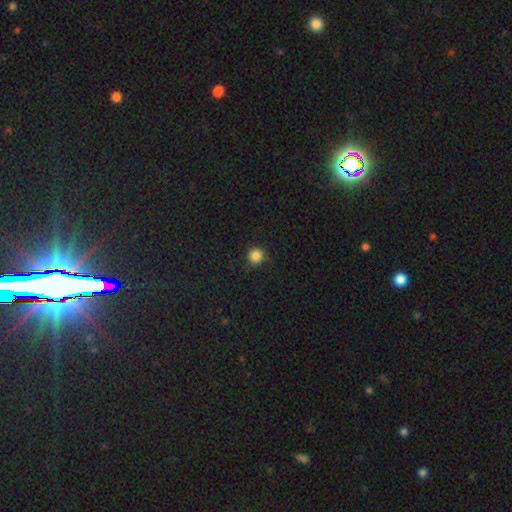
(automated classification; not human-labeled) The model was most divided on "smooth or featured": smooth: 85%, star or artifact: 12%, featured or disk: 3%. More confident: how rounded — round (93%); merging — none (86%).